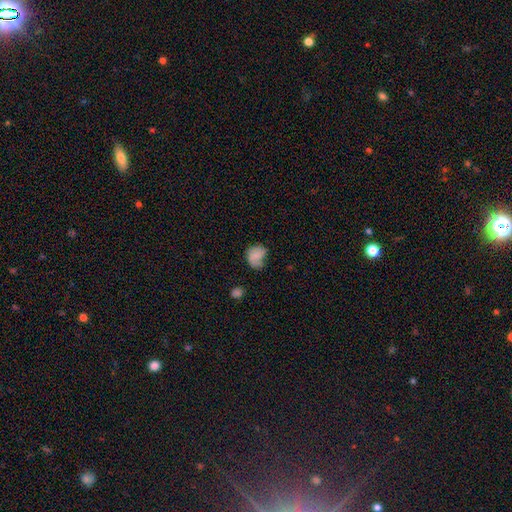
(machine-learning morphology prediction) The model was most divided on "merging": minor disturbance: 39%, none: 37%, major disturbance: 21%, merger: 3%. More confident: smooth or featured — smooth (70%); how rounded — round (53%).